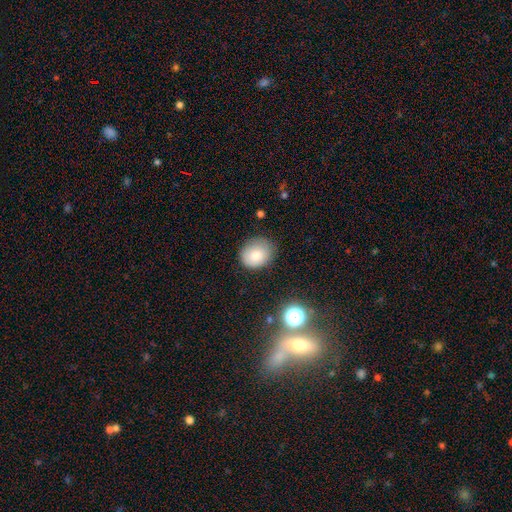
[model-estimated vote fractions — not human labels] Smooth or featured?
  - smooth: 79% *
  - featured or disk: 11%
  - star or artifact: 10%
How rounded?
  - round: 65% *
  - in between: 34%
  - cigar-shaped: 1%
Merging?
  - none: 77% *
  - minor disturbance: 18%
  - major disturbance: 4%
  - merger: 2%